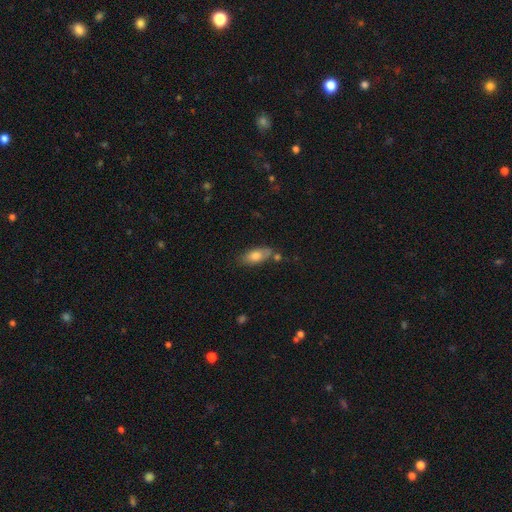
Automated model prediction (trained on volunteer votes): smooth-or-featured: smooth: 73% | featured or disk: 20% | star or artifact: 8%
  how-rounded: in between: 81% | cigar-shaped: 16% | round: 3%
  merging: none: 65% | minor disturbance: 19% | merger: 11% | major disturbance: 5%